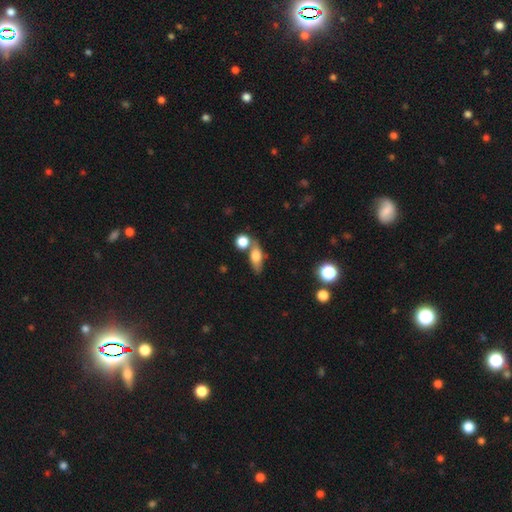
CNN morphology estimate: A smooth galaxy with no disk features (63%) that is in between round and cigar-shaped (62%).

Vote fractions:
- Smooth or featured? smooth: 63% / featured or disk: 27% / star or artifact: 10%
- How rounded? in between: 62% / cigar-shaped: 23% / round: 15%
- Merging? none: 58% / merger: 21% / minor disturbance: 15% / major disturbance: 6%